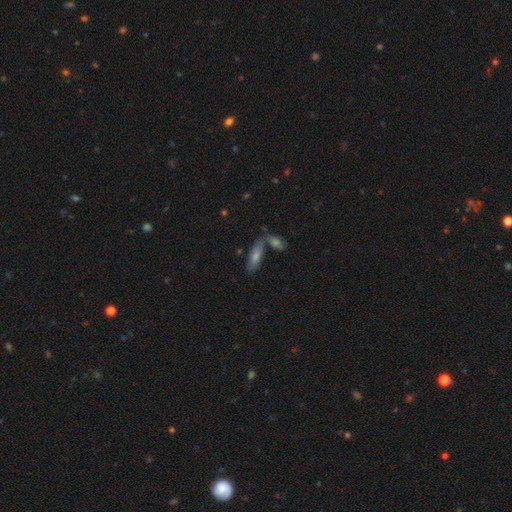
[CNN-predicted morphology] smooth_or_featured: smooth (p=0.53) [alt: featured or disk p=0.35]
how_rounded: cigar-shaped (p=0.50) [alt: in between p=0.46]
merging: none (p=0.50) [alt: merger p=0.35]